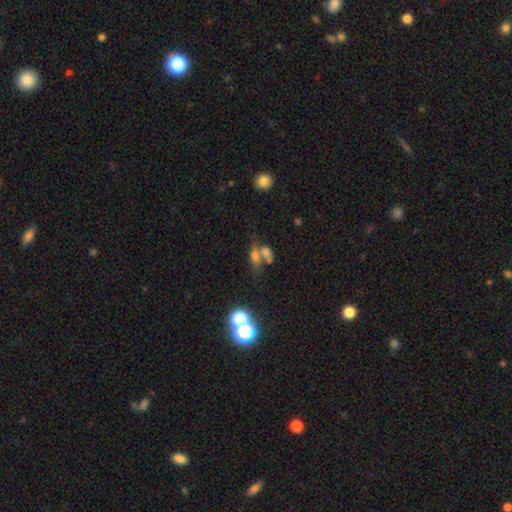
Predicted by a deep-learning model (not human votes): smooth 59%, featured or disk 22%, star or artifact 19%. Down the decision tree: how rounded — in between (70%); merging — merger (56%).